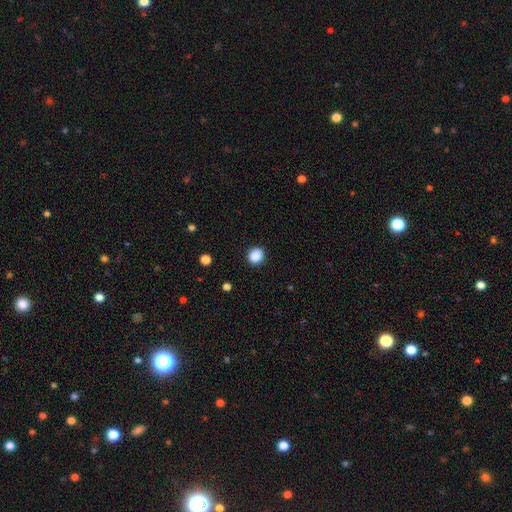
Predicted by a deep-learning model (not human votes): The model was most divided on "how rounded": round: 78%, in between: 21%, cigar-shaped: 1%. More confident: merging — none (90%); smooth or featured — smooth (88%).